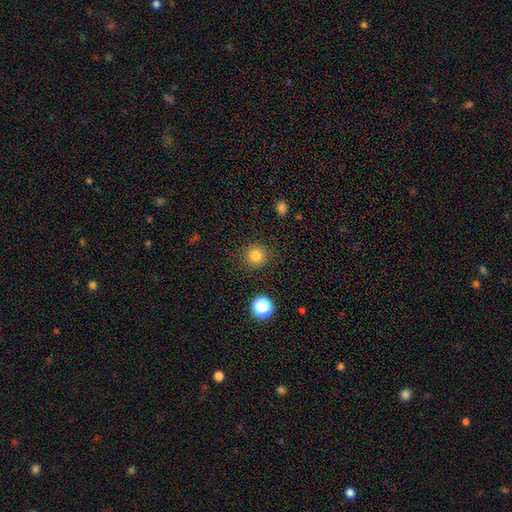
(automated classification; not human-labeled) Morphology: type=smooth (82%); roundness=round (94%); merging=none (89%).